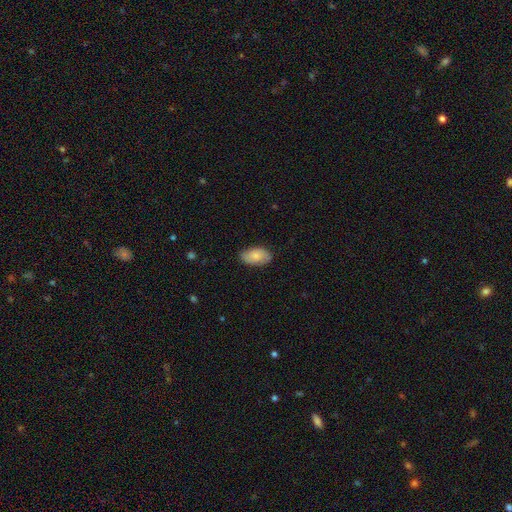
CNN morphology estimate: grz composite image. It shows a smooth galaxy with no disk features (76%) that is in between round and cigar-shaped (94%). Merging: none (81%).